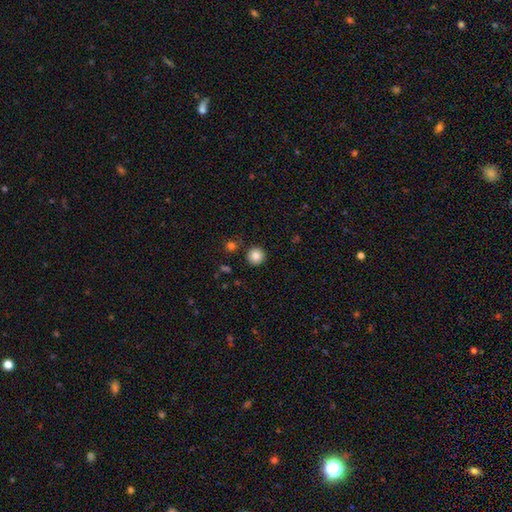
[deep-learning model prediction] This appears to be a smooth galaxy with no disk features (86%) that is round (95%). Merging: none (90%).